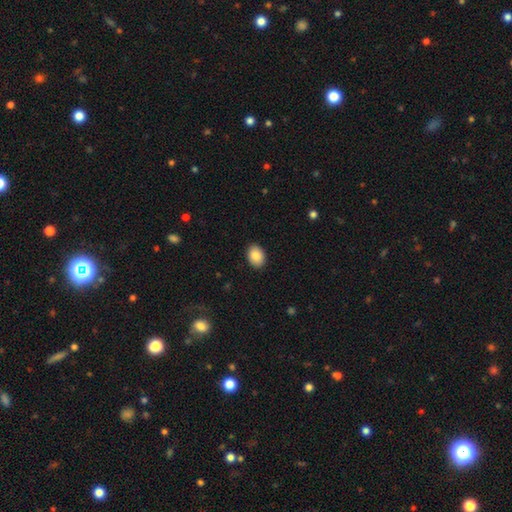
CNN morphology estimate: The model was most divided on "how rounded": in between: 75%, round: 24%, cigar-shaped: 1%. More confident: merging — none (90%); smooth or featured — smooth (87%).